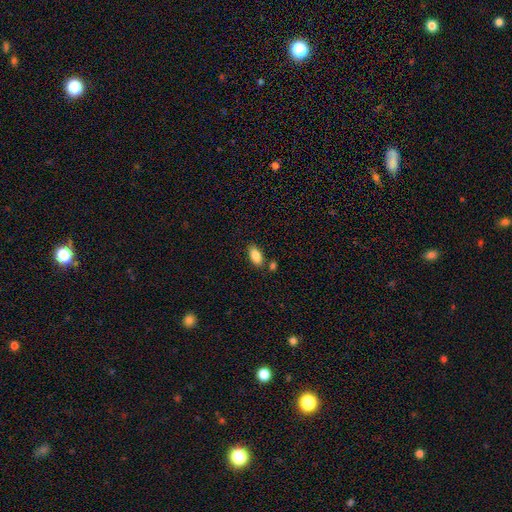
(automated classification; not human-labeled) Q: Smooth or featured?
A: smooth (86%); runner-up: star or artifact (7%)
Q: How rounded?
A: in between (90%); runner-up: cigar-shaped (7%)
Q: Merging?
A: none (76%); runner-up: minor disturbance (12%)